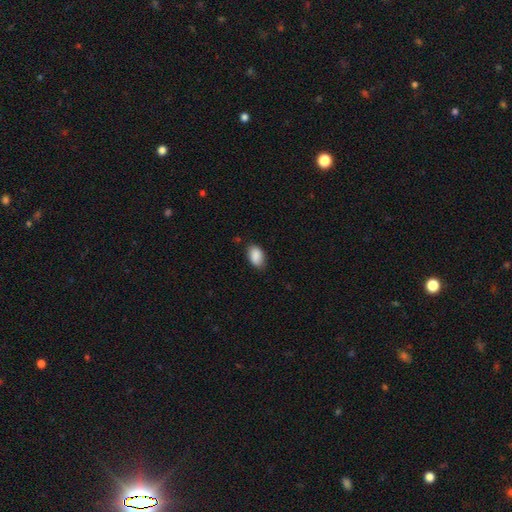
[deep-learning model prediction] Smooth or featured? Predicted: smooth (p=0.89). How rounded? Predicted: in between (p=0.90). Merging? Predicted: none (p=0.78).